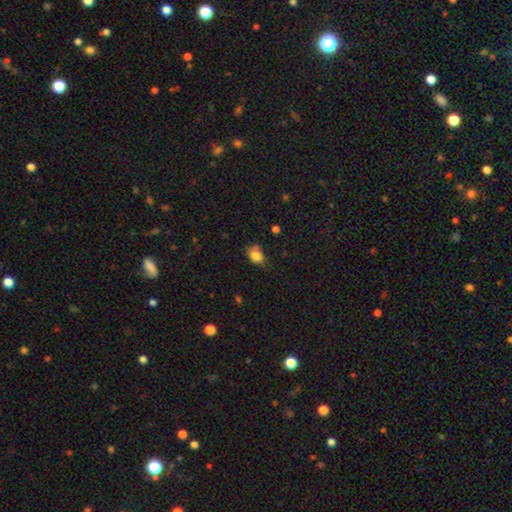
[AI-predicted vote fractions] smooth 82%, star or artifact 10%, featured or disk 7%. Down the decision tree: how rounded — in between (64%); merging — none (53%).